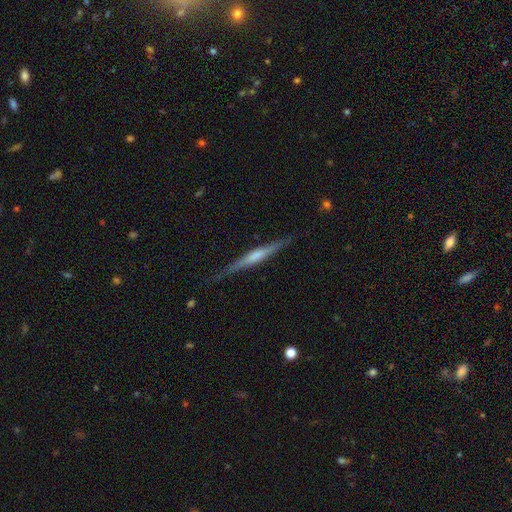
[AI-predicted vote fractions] The model was most divided on "edge-on bulge": rounded: 43%, none: 39%, boxy: 19%. More confident: edge-on disk — yes (96%); merging — none (81%); smooth or featured — featured or disk (59%).